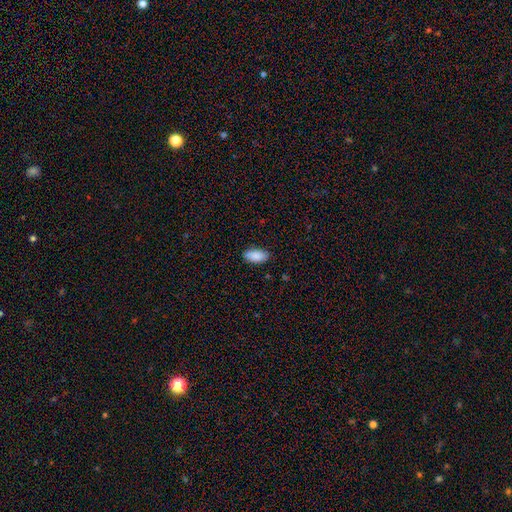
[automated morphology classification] smooth-or-featured: smooth: 89% | star or artifact: 6% | featured or disk: 5%
  how-rounded: in between: 92% | cigar-shaped: 5% | round: 2%
  merging: none: 86% | minor disturbance: 11% | major disturbance: 2% | merger: 1%